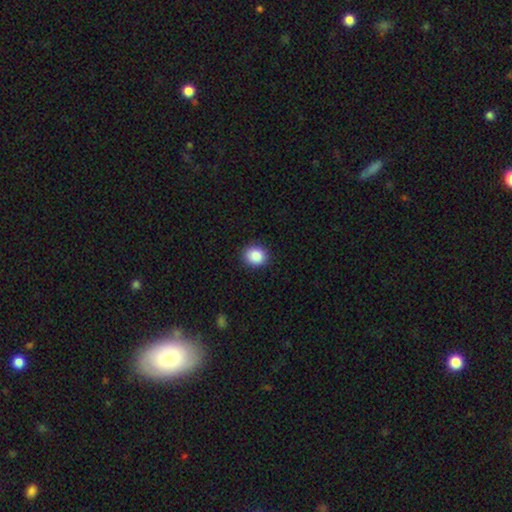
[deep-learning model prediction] Smooth or featured? Predicted: smooth (p=0.87). How rounded? Predicted: round (p=0.72). Merging? Predicted: none (p=0.90).